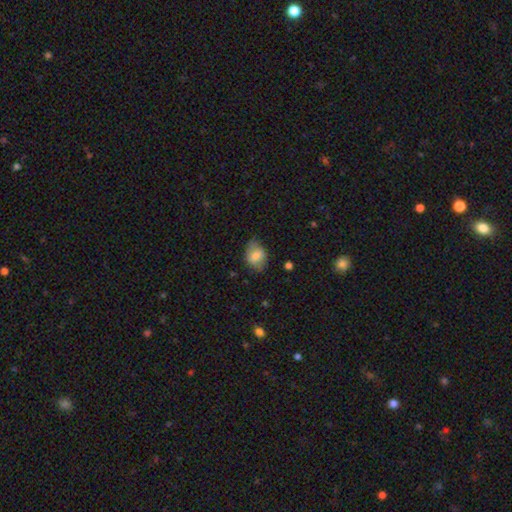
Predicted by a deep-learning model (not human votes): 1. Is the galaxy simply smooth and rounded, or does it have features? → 73% smooth, 19% featured or disk, 8% star or artifact.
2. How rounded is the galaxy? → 73% in between, 26% round, 1% cigar-shaped.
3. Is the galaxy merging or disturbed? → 65% none, 26% minor disturbance, 8% major disturbance, 1% merger.